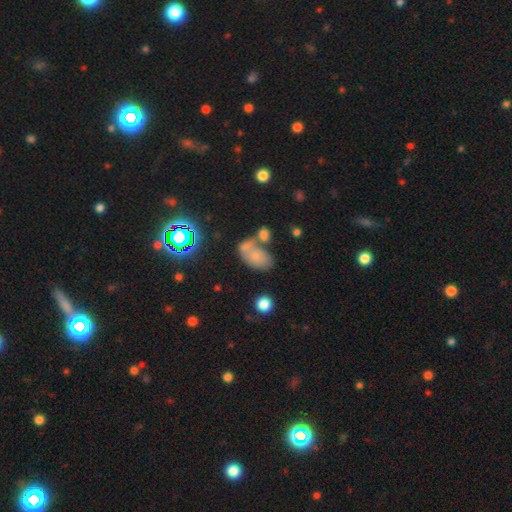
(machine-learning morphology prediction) type=smooth (68%); roundness=in between (90%); merging=merger (41%).